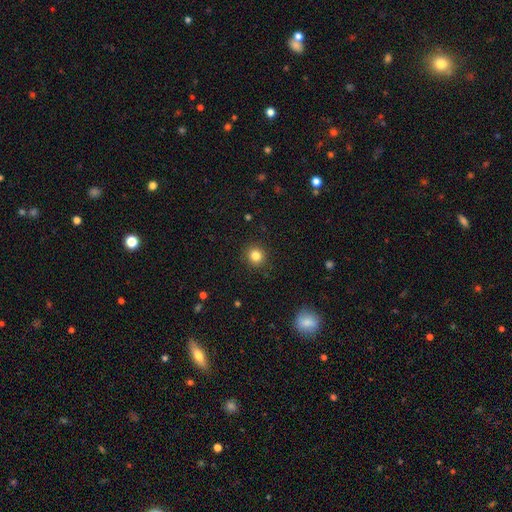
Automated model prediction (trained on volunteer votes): smooth_or_featured: smooth (p=0.83) [alt: star or artifact p=0.11]
how_rounded: round (p=0.92) [alt: in between p=0.07]
merging: none (p=0.91) [alt: minor disturbance p=0.06]